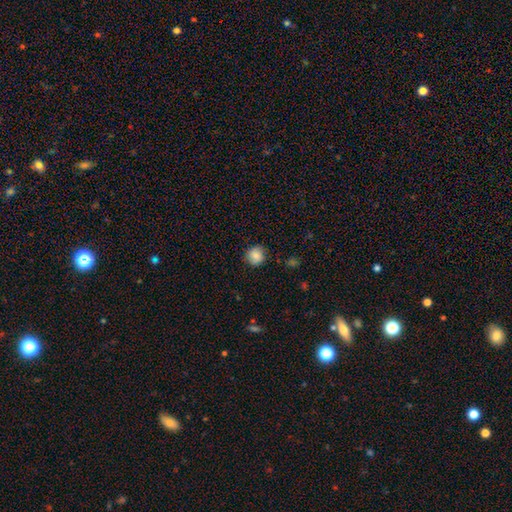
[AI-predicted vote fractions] Morphology: type=smooth (85%); roundness=round (89%); merging=none (85%).